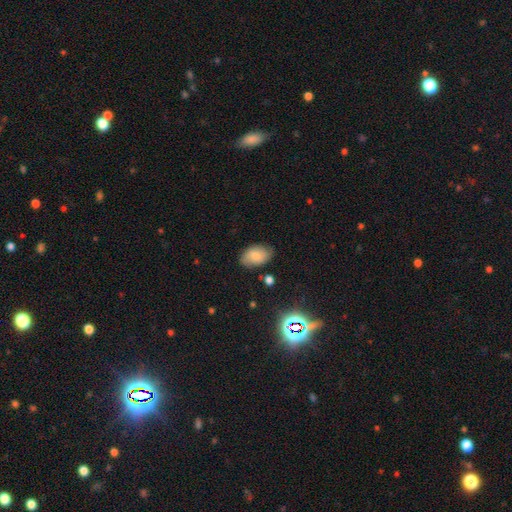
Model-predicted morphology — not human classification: The model was most divided on "merging": none: 76%, minor disturbance: 18%, major disturbance: 4%, merger: 2%. More confident: how rounded — in between (89%); smooth or featured — smooth (75%).